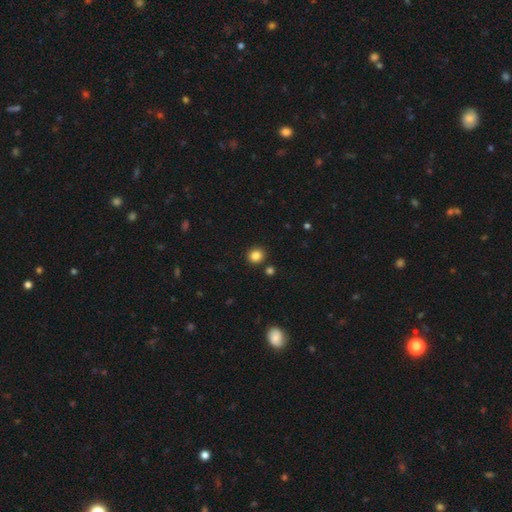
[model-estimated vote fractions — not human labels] smooth-or-featured: smooth: 84% | star or artifact: 11% | featured or disk: 4%
  how-rounded: round: 84% | in between: 15% | cigar-shaped: 1%
  merging: none: 88% | minor disturbance: 6% | merger: 4% | major disturbance: 2%